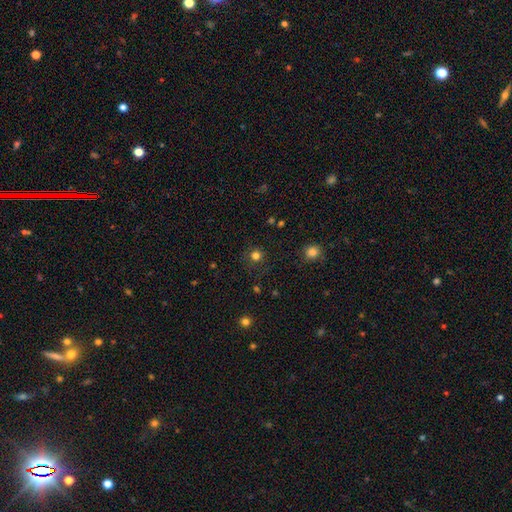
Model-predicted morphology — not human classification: A smooth galaxy with no disk features (76%) that is round (93%). Merging: none (85%).